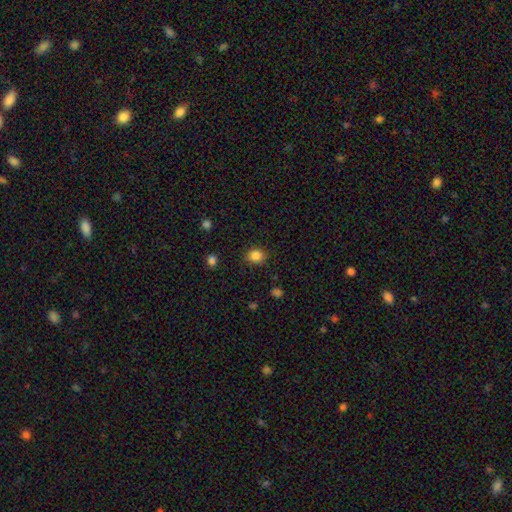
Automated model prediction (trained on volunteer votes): Smooth or featured: smooth — 85% (star or artifact — 11%)
How rounded: round — 66% (in between — 33%)
Merging: none — 85% (minor disturbance — 11%)